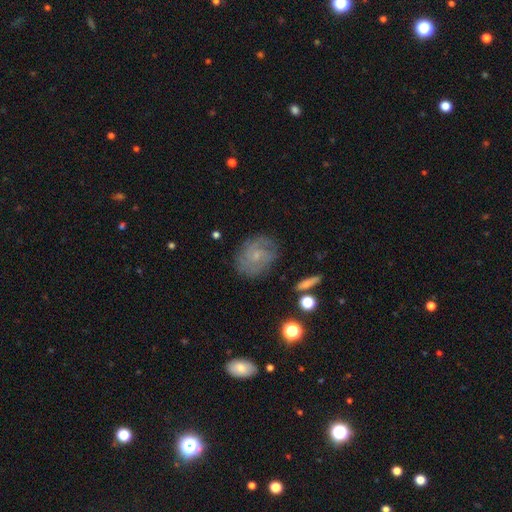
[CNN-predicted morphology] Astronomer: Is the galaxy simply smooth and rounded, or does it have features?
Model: featured or disk — 67%.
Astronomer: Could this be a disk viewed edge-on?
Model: no — 97%.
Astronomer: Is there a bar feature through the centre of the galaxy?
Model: no — 65%.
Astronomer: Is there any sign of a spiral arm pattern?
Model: yes — 88%.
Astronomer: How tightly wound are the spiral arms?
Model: tight — 54% (runner-up: medium, 34%).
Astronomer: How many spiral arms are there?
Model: can't tell — 36% (runner-up: 2, 35%).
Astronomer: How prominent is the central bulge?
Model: small — 73%.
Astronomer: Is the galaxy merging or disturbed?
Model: none — 77%.